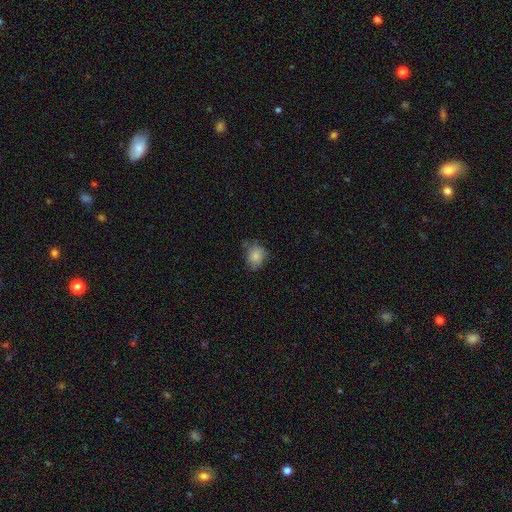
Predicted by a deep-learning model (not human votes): Smooth or featured? Predicted: smooth (p=0.84). How rounded? Predicted: in between (p=0.51). Merging? Predicted: none (p=0.57).